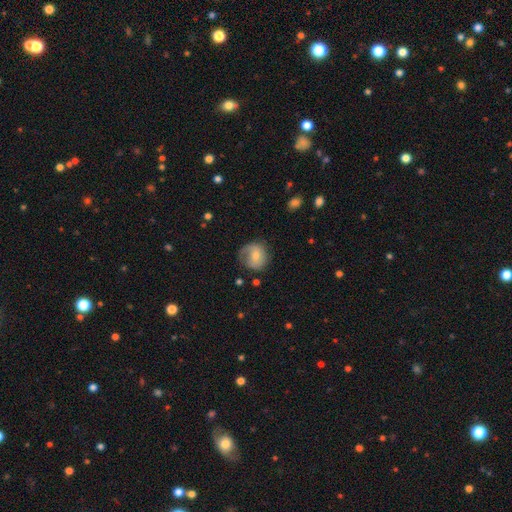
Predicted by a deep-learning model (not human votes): A smooth galaxy with no disk features (52%) that is round (80%). Merging: none (59%).